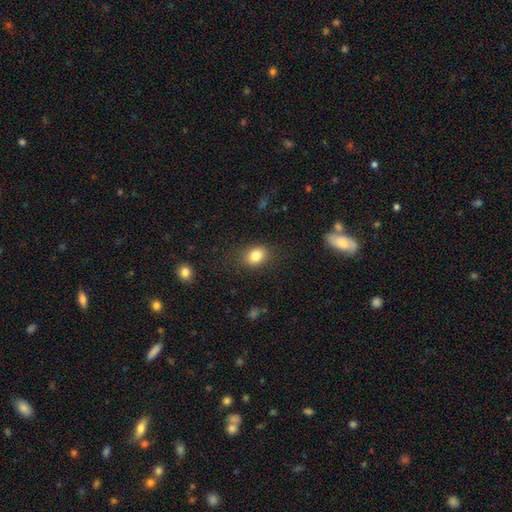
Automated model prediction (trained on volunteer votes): Smooth or featured: smooth — 82% (star or artifact — 10%)
How rounded: in between — 63% (round — 36%)
Merging: none — 81% (minor disturbance — 13%)